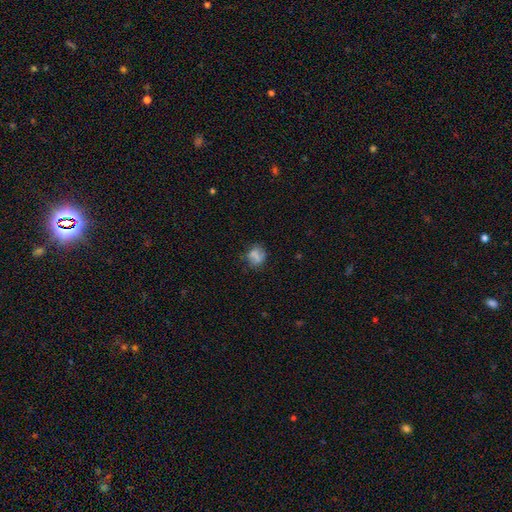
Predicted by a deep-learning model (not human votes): Q: Smooth or featured?
A: smooth (65%); runner-up: featured or disk (22%)
Q: How rounded?
A: round (68%); runner-up: in between (31%)
Q: Merging?
A: none (62%); runner-up: minor disturbance (20%)